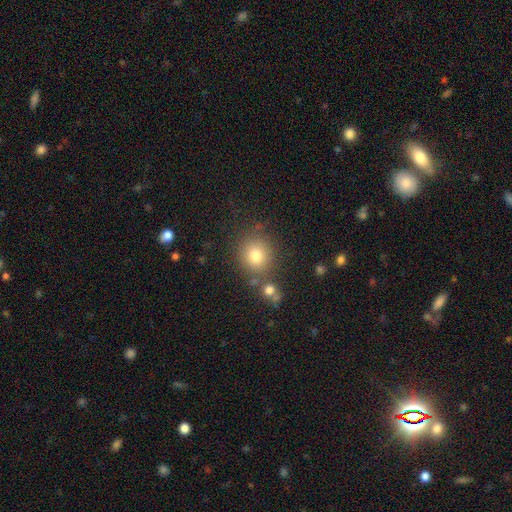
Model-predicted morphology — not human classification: Overall: smooth (78%). How rounded: round (86%). Merging: none (77%).